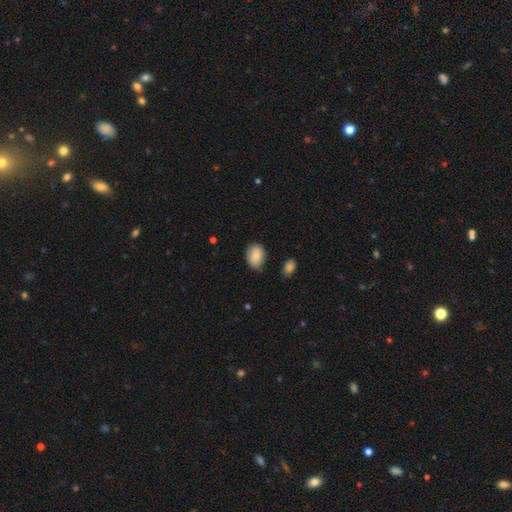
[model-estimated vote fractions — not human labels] Overall: smooth (87%). How rounded: in between (78%). Merging: none (80%).